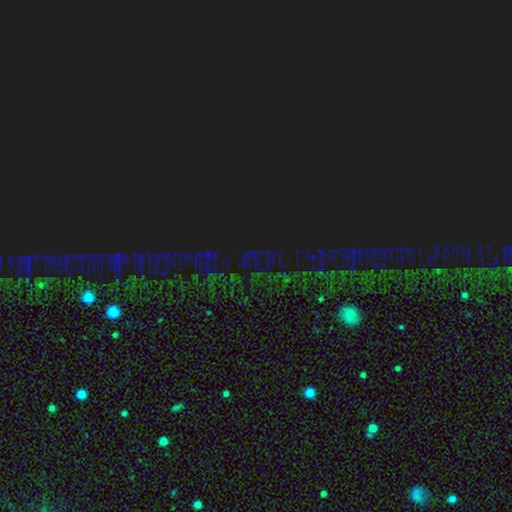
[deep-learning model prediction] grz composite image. It shows a star or artifact, not a galaxy (85%).